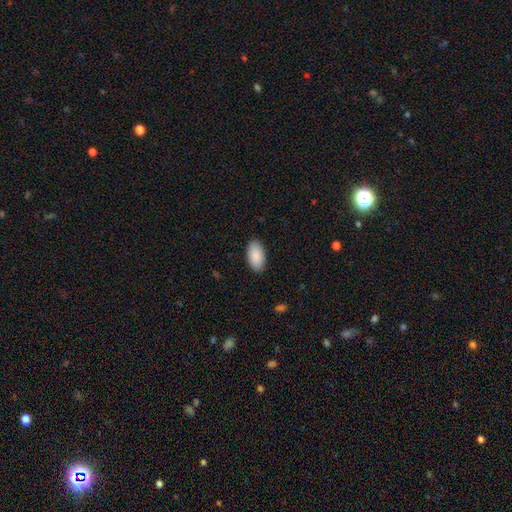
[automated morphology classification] Smooth or featured? Predicted: smooth (p=0.90). How rounded? Predicted: in between (p=0.96). Merging? Predicted: none (p=0.89).